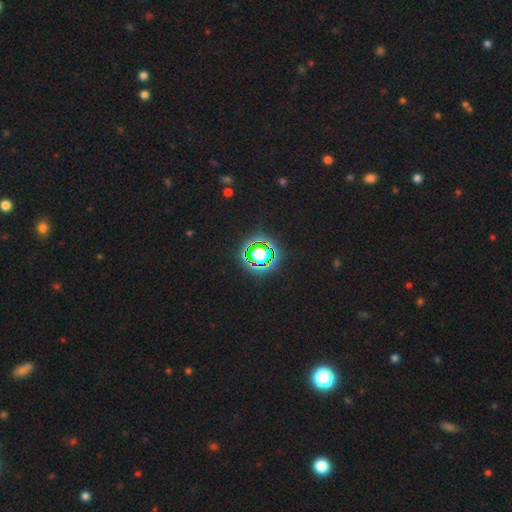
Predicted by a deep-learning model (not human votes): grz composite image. It shows a star or artifact, not a galaxy (64%).